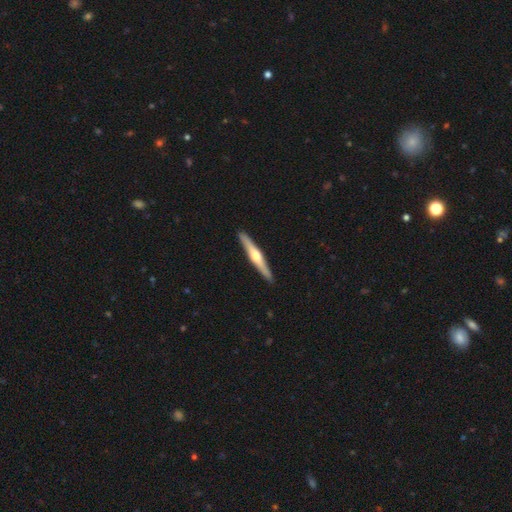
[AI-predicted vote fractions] Smooth or featured? Predicted: featured or disk (p=0.69). Edge-on disk? Predicted: yes (p=0.97). Edge-on bulge? Predicted: rounded (p=0.91). Merging? Predicted: none (p=0.92).